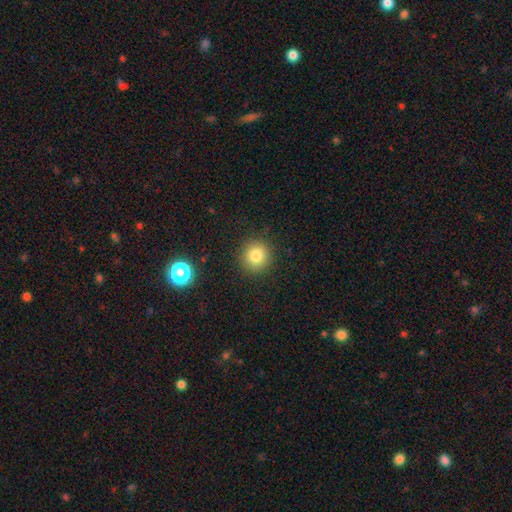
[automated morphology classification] smooth-or-featured: smooth: 81% | star or artifact: 12% | featured or disk: 7%
  how-rounded: round: 91% | in between: 8% | cigar-shaped: 1%
  merging: none: 89% | minor disturbance: 7% | major disturbance: 2% | merger: 1%